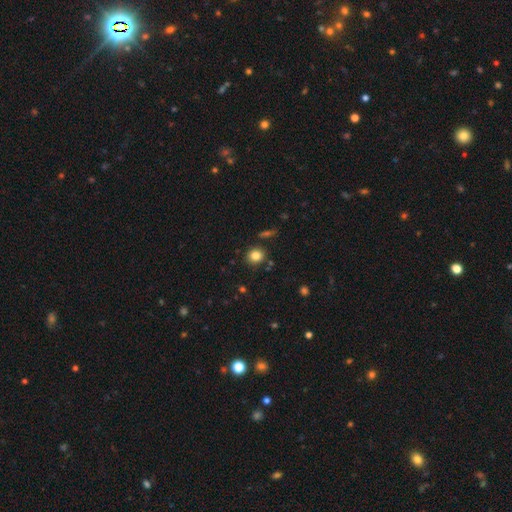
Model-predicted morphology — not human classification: smooth_or_featured: smooth (p=0.82) [alt: star or artifact p=0.11]
how_rounded: round (p=0.78) [alt: in between p=0.21]
merging: none (p=0.84) [alt: minor disturbance p=0.09]